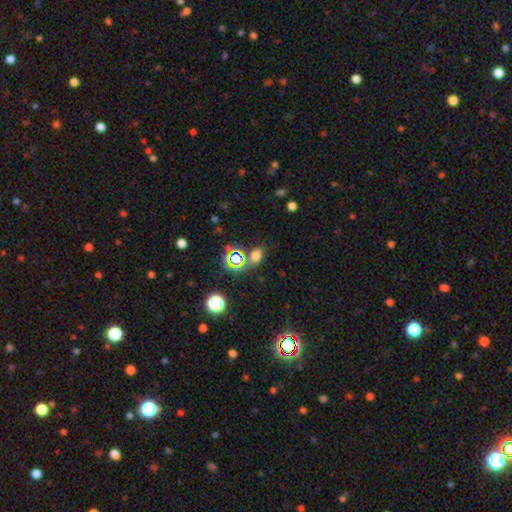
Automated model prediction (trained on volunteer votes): Smooth or featured: smooth — 58% (star or artifact — 33%)
How rounded: in between — 61% (round — 37%)
Merging: none — 65% (minor disturbance — 14%)